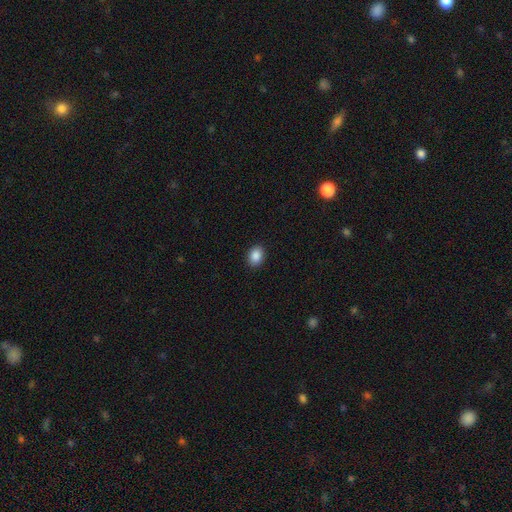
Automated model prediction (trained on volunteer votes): smooth 89%, star or artifact 8%, featured or disk 3%. Down the decision tree: how rounded — in between (68%); merging — none (90%).